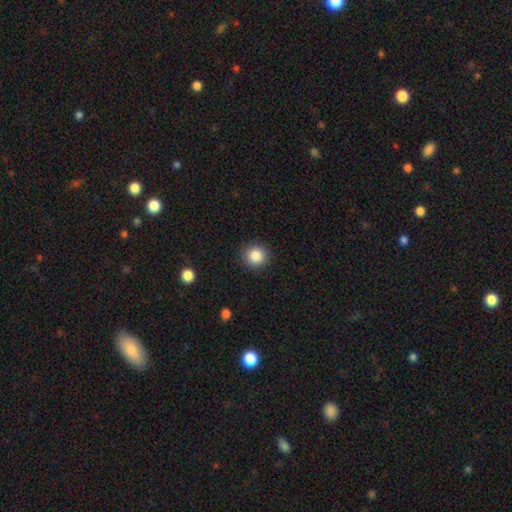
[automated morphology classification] smooth 86%, star or artifact 10%, featured or disk 4%. Down the decision tree: how rounded — round (93%); merging — none (91%).